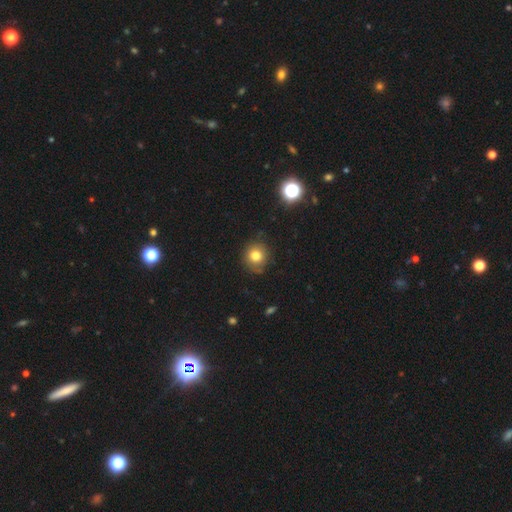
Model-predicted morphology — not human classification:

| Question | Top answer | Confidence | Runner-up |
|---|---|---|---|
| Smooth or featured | smooth | 78% | star or artifact (13%) |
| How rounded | round | 88% | in between (11%) |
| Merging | none | 82% | minor disturbance (14%) |